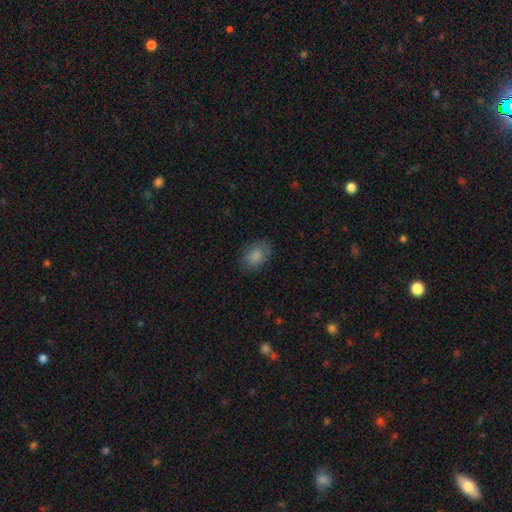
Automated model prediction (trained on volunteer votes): A smooth galaxy with no disk features (85%) that is in between round and cigar-shaped (80%).

Vote fractions:
- Smooth or featured? smooth: 85% / featured or disk: 8% / star or artifact: 7%
- How rounded? in between: 80% / round: 19% / cigar-shaped: 1%
- Merging? none: 80% / minor disturbance: 15% / major disturbance: 4% / merger: 1%